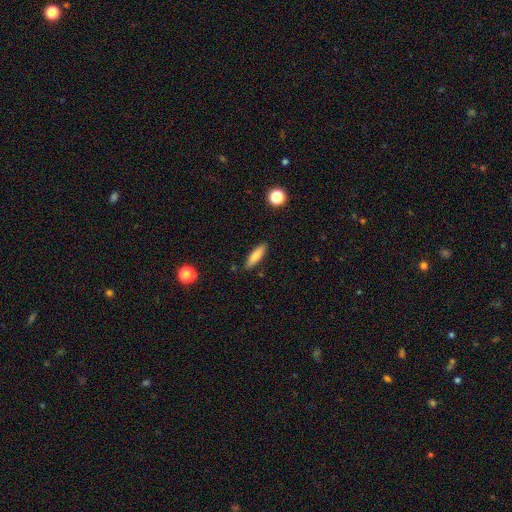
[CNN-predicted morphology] Smooth or featured? Predicted: smooth (p=0.80). How rounded? Predicted: cigar-shaped (p=0.65). Merging? Predicted: none (p=0.88).